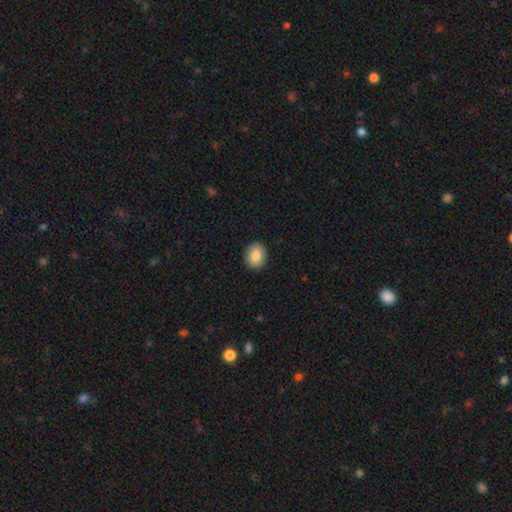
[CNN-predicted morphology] smooth-or-featured: smooth: 86% | star or artifact: 8% | featured or disk: 6%
  how-rounded: round: 51% | in between: 48% | cigar-shaped: 1%
  merging: none: 90% | minor disturbance: 7% | major disturbance: 2% | merger: 1%